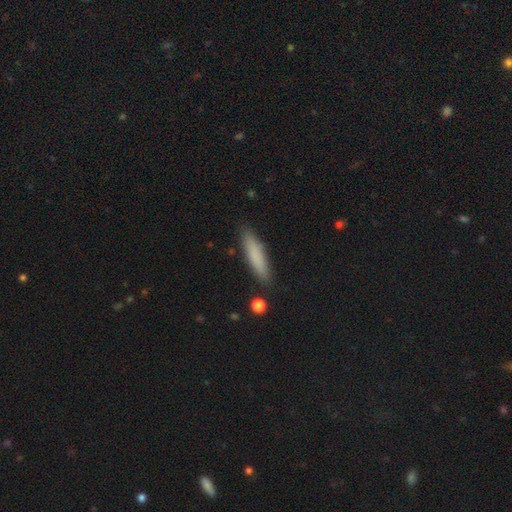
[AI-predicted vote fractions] A smooth galaxy with no disk features (81%) that is cigar-shaped (82%). Merging: none (87%).